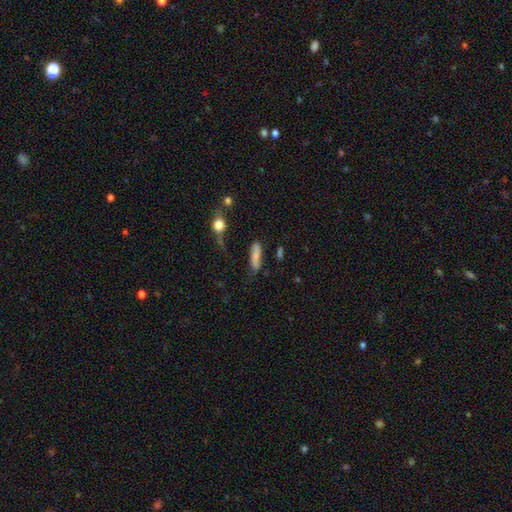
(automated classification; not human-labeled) Morphology: type=smooth (76%); roundness=cigar-shaped (59%); merging=none (63%).